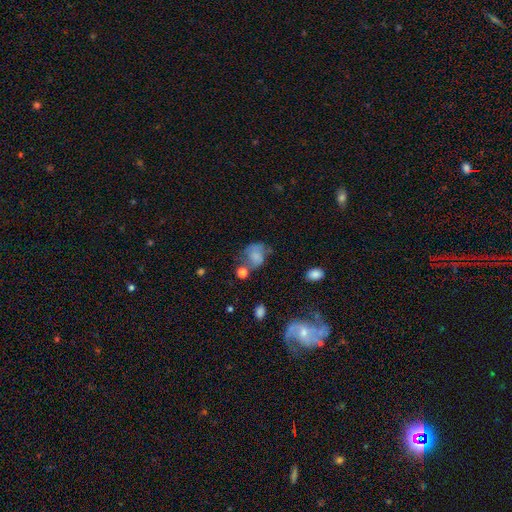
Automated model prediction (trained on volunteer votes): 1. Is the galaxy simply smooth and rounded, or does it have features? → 61% smooth, 27% featured or disk, 12% star or artifact.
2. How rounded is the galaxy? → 54% in between, 45% round, 1% cigar-shaped.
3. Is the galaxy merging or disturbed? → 34% none, 28% minor disturbance, 25% major disturbance, 12% merger.